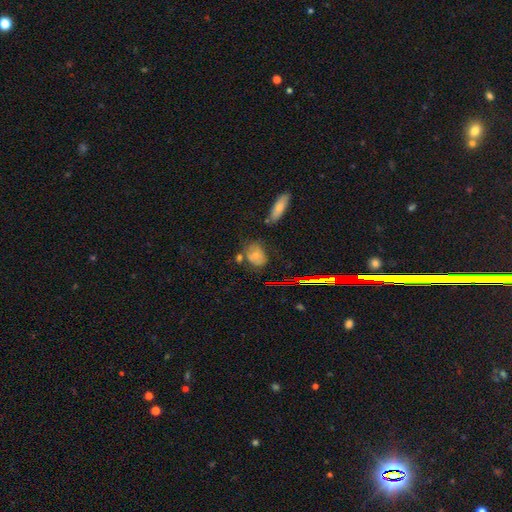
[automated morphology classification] Smooth or featured: smooth — 55% (featured or disk — 23%)
How rounded: in between — 53% (round — 45%)
Merging: none — 56% (minor disturbance — 22%)